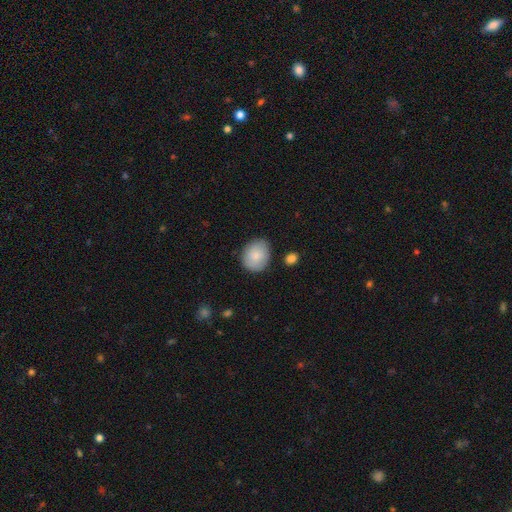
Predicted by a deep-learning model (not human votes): Overall: smooth (83%). How rounded: round (57%; in between 42%). Merging: none (77%).